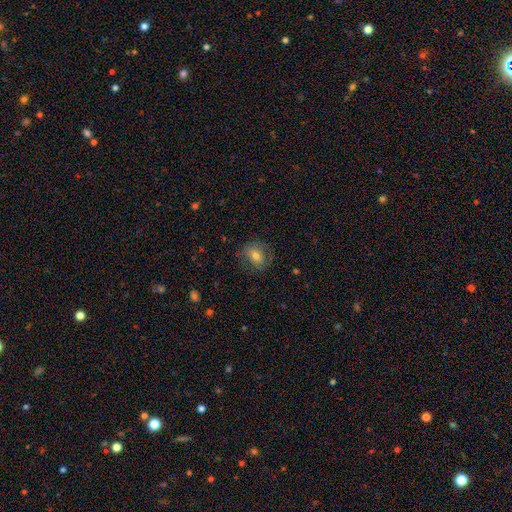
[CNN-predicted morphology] This is likely a smooth galaxy (63%). How rounded: possibly round (56%). Merging: likely none (71%).